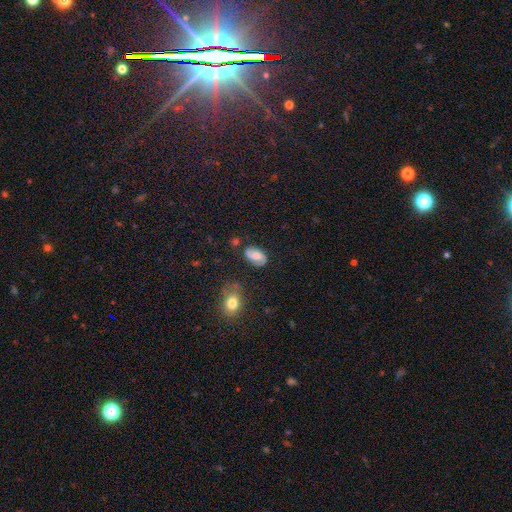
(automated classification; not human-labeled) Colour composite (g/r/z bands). It shows a smooth galaxy with no disk features (49%). Merging: none (71%).